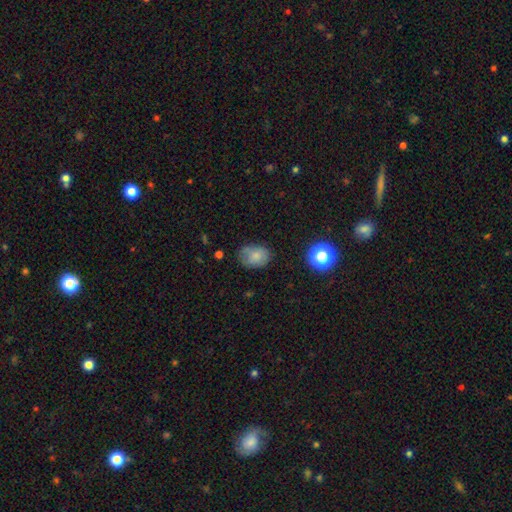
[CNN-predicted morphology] This appears to be a smooth galaxy with no disk features (76%) that is in between round and cigar-shaped (64%). Merging: none (62%).